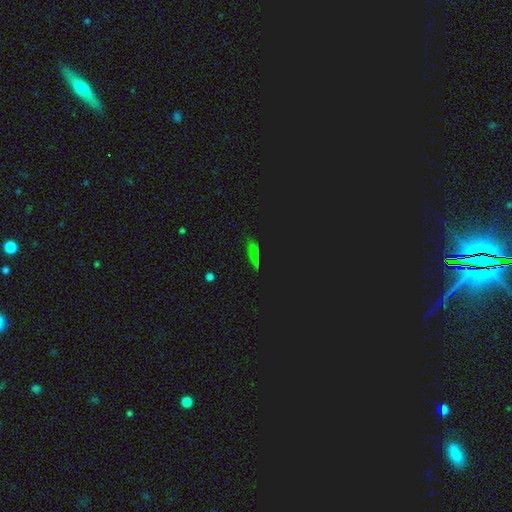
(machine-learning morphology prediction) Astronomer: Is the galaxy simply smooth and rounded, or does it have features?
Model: star or artifact — 52% (runner-up: smooth, 38%).